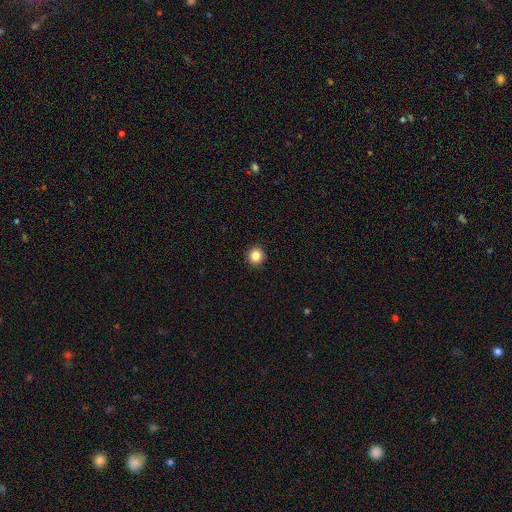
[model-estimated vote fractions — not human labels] smooth-or-featured: smooth: 86% | star or artifact: 10% | featured or disk: 3%
  how-rounded: round: 95% | in between: 4% | cigar-shaped: 1%
  merging: none: 93% | minor disturbance: 4% | major disturbance: 1% | merger: 1%